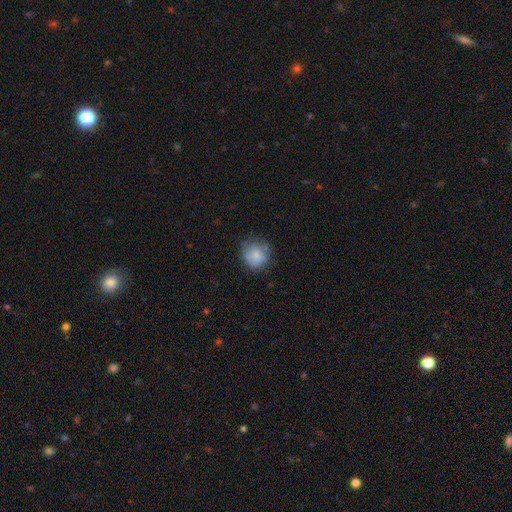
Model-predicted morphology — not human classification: The model was most divided on "merging": none: 65%, minor disturbance: 24%, major disturbance: 9%, merger: 2%. More confident: how rounded — round (80%); smooth or featured — smooth (76%).